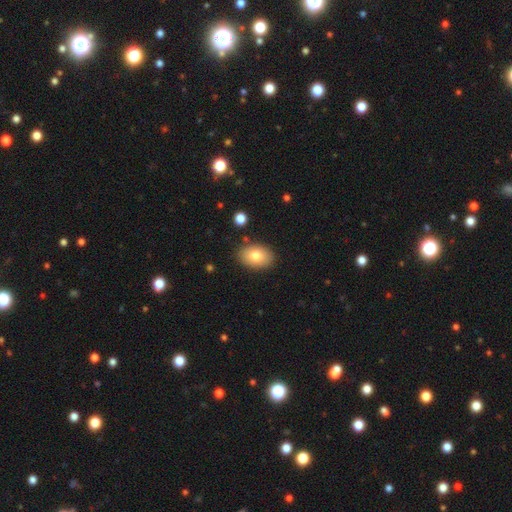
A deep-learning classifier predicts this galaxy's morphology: Smooth or featured: smooth — 79% (featured or disk — 13%)
How rounded: in between — 85% (round — 14%)
Merging: none — 86% (minor disturbance — 9%)